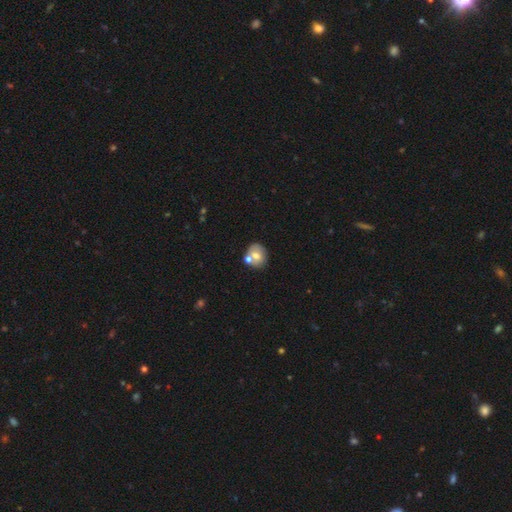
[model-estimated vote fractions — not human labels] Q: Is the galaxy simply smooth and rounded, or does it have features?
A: smooth — 66%.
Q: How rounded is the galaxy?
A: round — 73%.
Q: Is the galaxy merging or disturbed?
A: none — 59%.